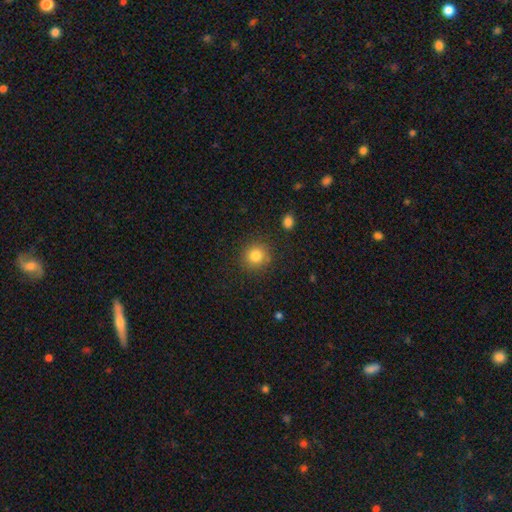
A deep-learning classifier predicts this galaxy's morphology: Overall: smooth (82%). How rounded: round (91%). Merging: none (87%).